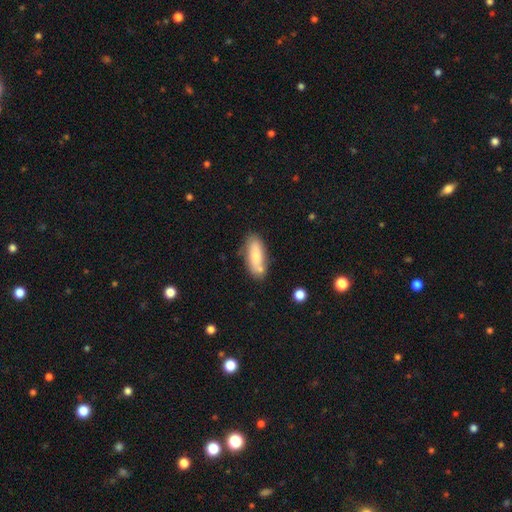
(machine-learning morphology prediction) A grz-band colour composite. It shows a smooth galaxy with no disk features (74%) that is in between round and cigar-shaped (73%). Merging: none (65%).